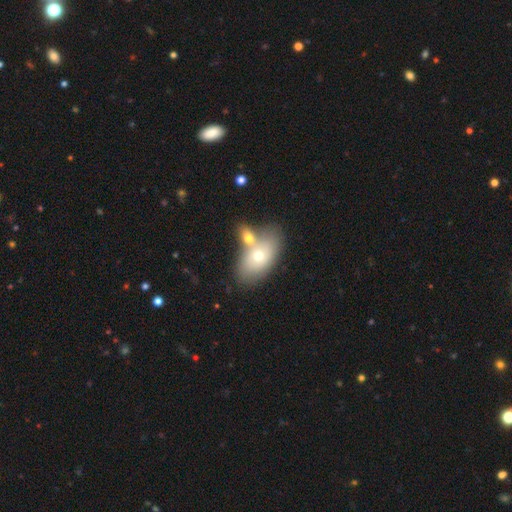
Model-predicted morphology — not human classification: The model was most divided on "merging": none: 50%, merger: 35%, minor disturbance: 11%, major disturbance: 4%. More confident: how rounded — in between (86%); smooth or featured — smooth (63%).